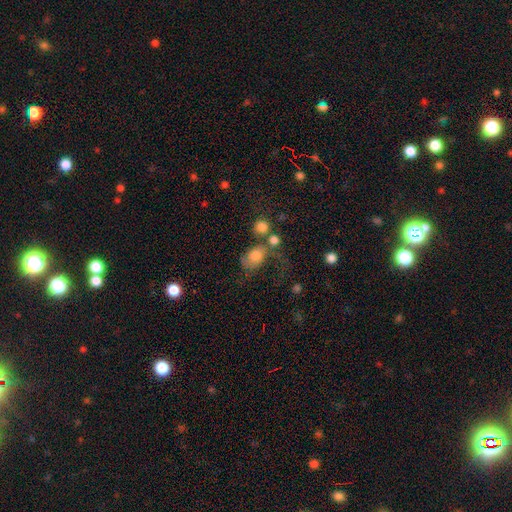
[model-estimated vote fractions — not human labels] smooth_or_featured: smooth (p=0.69) [alt: featured or disk p=0.20]
how_rounded: in between (p=0.62) [alt: round p=0.37]
merging: none (p=0.28) [alt: merger p=0.27]